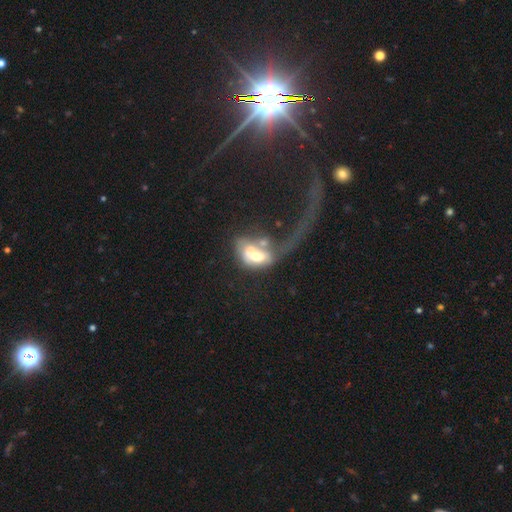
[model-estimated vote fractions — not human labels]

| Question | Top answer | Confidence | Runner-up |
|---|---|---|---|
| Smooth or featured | smooth | 47% | featured or disk (43%) |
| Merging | major disturbance | 44% | merger (38%) |